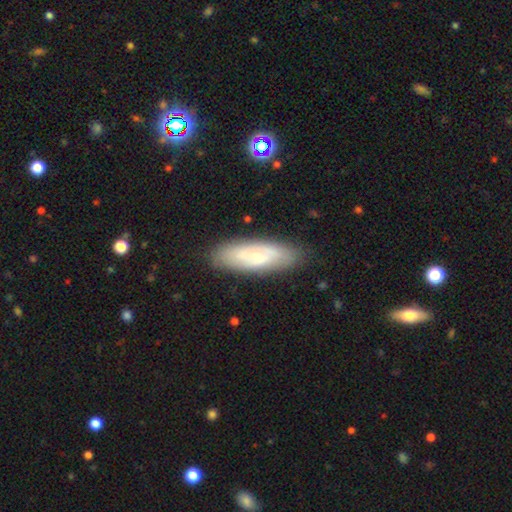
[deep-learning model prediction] This appears to be a smooth galaxy with no disk features (48%). Merging: none (80%).